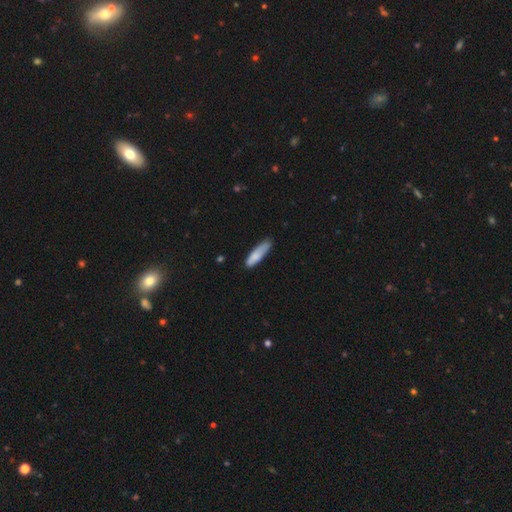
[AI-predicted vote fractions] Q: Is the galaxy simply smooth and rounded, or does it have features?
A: smooth — 82%.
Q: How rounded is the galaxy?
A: cigar-shaped — 66%.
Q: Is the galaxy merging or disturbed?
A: none — 65%.